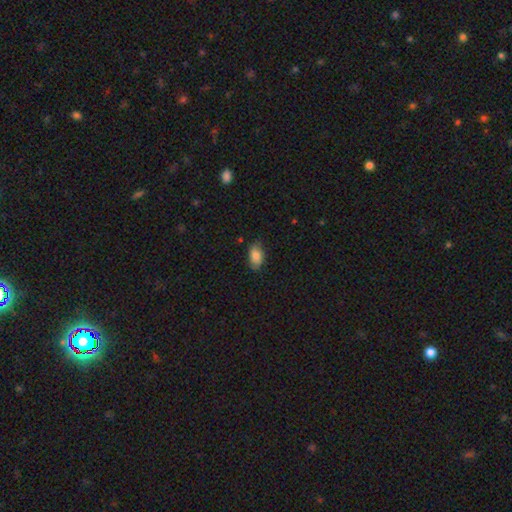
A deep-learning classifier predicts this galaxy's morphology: A smooth galaxy with no disk features (83%) that is in between round and cigar-shaped (92%). Merging: none (77%).